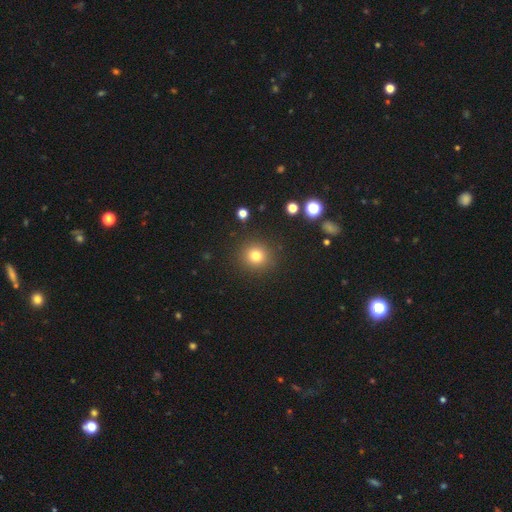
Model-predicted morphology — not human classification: The model was most divided on "smooth or featured": smooth: 79%, star or artifact: 15%, featured or disk: 7%. More confident: how rounded — round (92%); merging — none (90%).